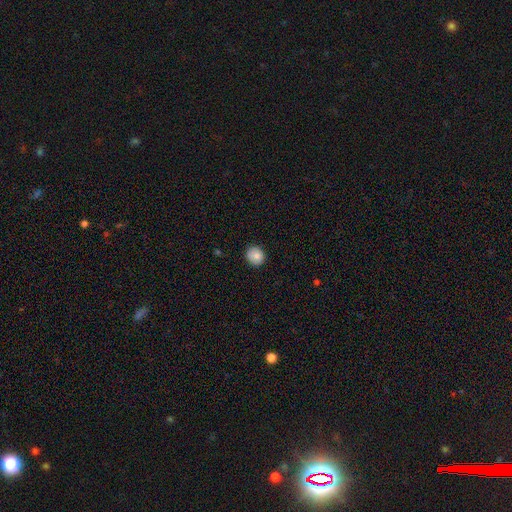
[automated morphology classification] A smooth galaxy with no disk features (83%) that is round (84%).

Vote fractions:
- Smooth or featured? smooth: 83% / star or artifact: 8% / featured or disk: 8%
- How rounded? round: 84% / in between: 15% / cigar-shaped: 1%
- Merging? none: 87% / minor disturbance: 10% / major disturbance: 2% / merger: 1%